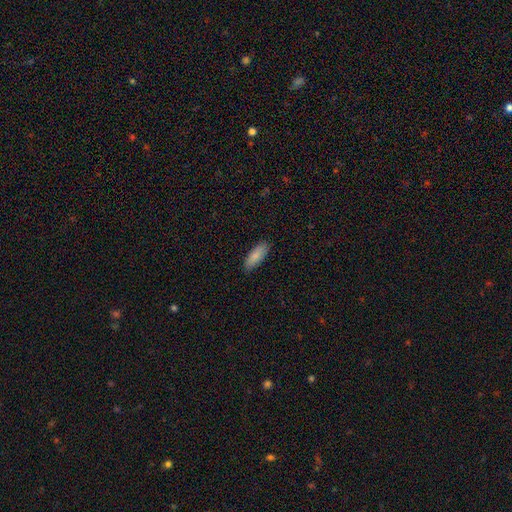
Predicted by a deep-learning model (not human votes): Smooth or featured? smooth (86%)
How rounded? in between (67%)
Merging? none (86%)